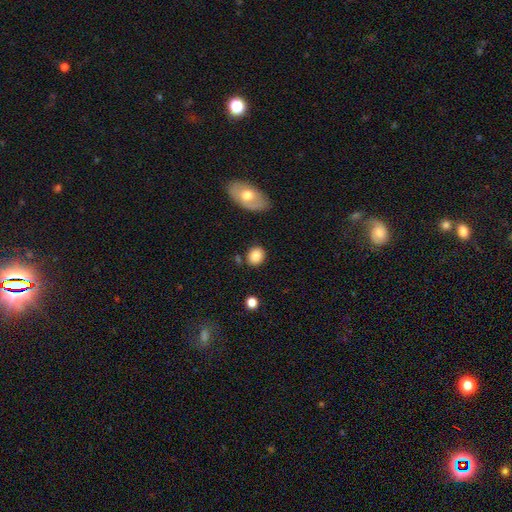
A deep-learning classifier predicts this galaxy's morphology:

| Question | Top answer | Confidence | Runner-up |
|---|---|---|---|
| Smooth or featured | smooth | 85% | star or artifact (8%) |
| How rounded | round | 57% | in between (42%) |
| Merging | none | 79% | minor disturbance (13%) |